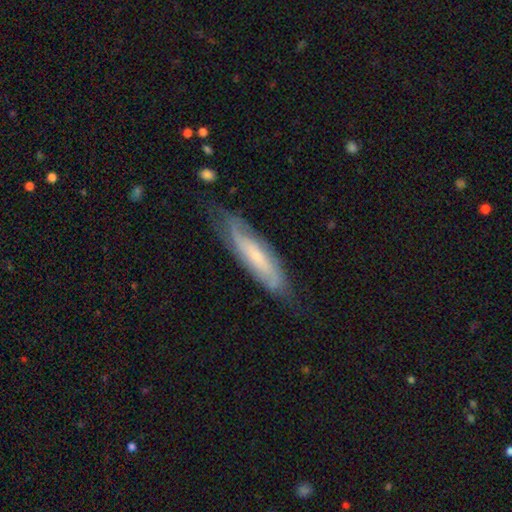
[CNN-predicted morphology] Overall: featured or disk (63%; smooth 31%). Edge-on disk: no (67%; yes 33%). Merging: none (67%).